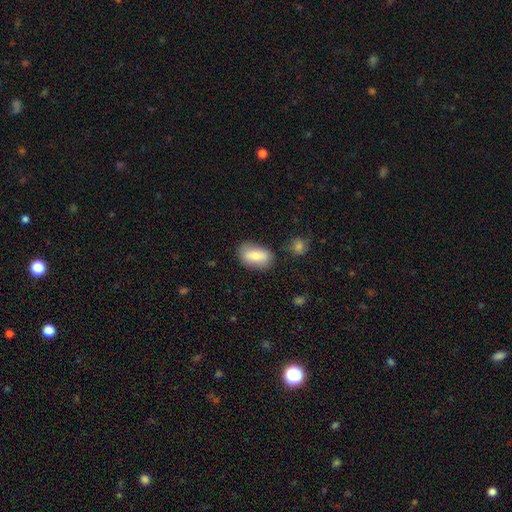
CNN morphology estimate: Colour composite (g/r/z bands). It shows a smooth galaxy with no disk features (80%) that is in between round and cigar-shaped (90%). Merging: none (74%).